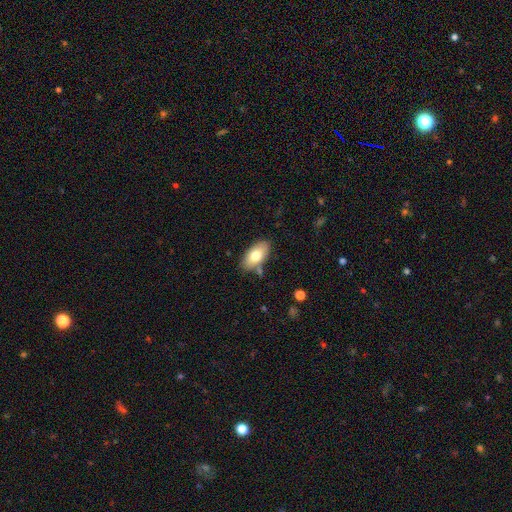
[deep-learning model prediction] This is likely a smooth galaxy (75%). How rounded: clearly in between (92%). Merging: likely none (78%).